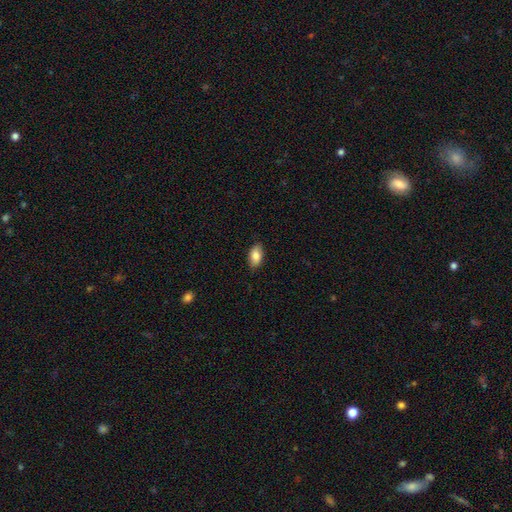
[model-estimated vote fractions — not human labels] smooth_or_featured: smooth (p=0.84) [alt: featured or disk p=0.10]
how_rounded: in between (p=0.92) [alt: round p=0.04]
merging: none (p=0.86) [alt: minor disturbance p=0.11]